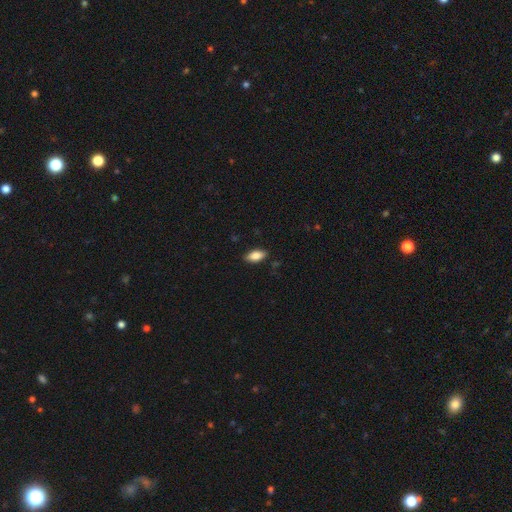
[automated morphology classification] Smooth or featured: smooth — 84% (featured or disk — 10%)
How rounded: in between — 89% (cigar-shaped — 9%)
Merging: none — 87% (minor disturbance — 10%)